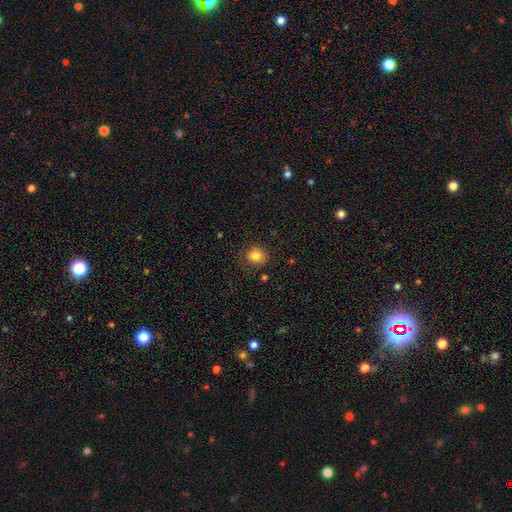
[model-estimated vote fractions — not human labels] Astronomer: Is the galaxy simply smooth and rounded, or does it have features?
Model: smooth — 83%.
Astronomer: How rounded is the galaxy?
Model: round — 76%.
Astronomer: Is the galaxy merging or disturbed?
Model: none — 83%.